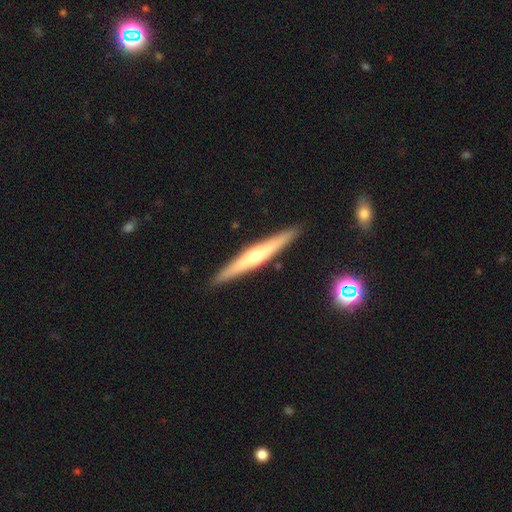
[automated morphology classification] Smooth or featured?
  - featured or disk: 62% *
  - smooth: 32%
  - star or artifact: 6%
Edge-on disk?
  - yes: 96% *
  - no: 4%
Edge-on bulge?
  - rounded: 79% *
  - none: 15%
  - boxy: 6%
Merging?
  - none: 91% *
  - minor disturbance: 6%
  - major disturbance: 1%
  - merger: 1%